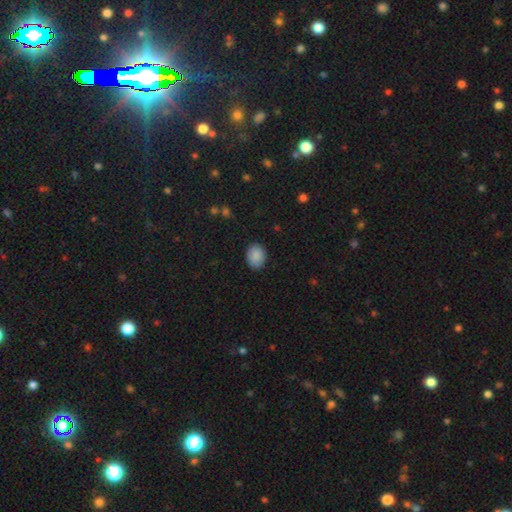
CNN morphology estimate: Smooth or featured? smooth (88%)
How rounded? in between (62%)
Merging? none (86%)